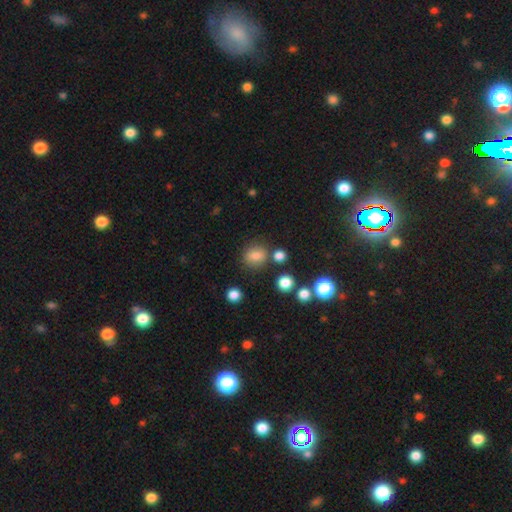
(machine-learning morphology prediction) A smooth galaxy with no disk features (80%) that is round (76%). Merging: none (79%).